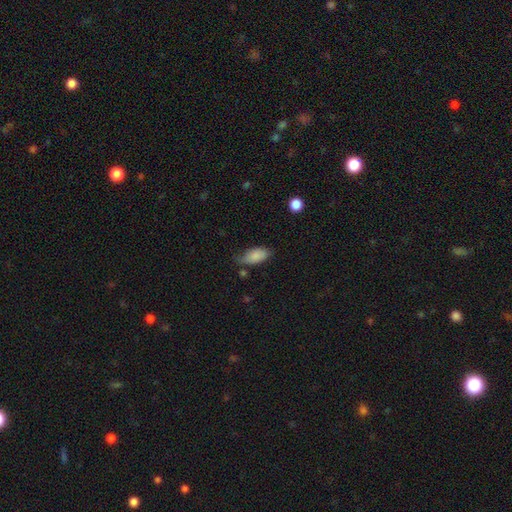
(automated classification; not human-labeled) Overall: smooth (83%). How rounded: in between (92%). Merging: none (55%; minor disturbance 34%).